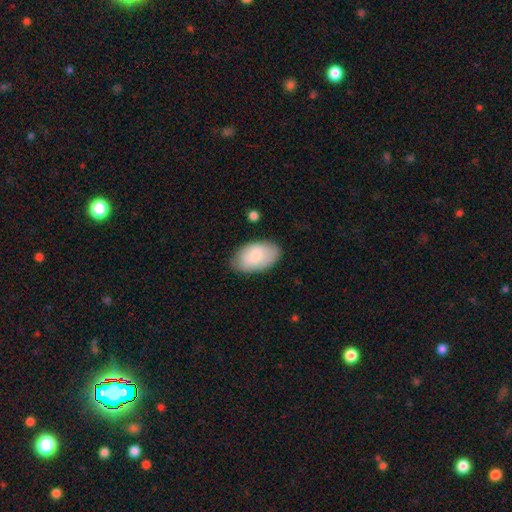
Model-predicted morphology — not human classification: Smooth or featured?
  - smooth: 79% *
  - featured or disk: 15%
  - star or artifact: 6%
How rounded?
  - in between: 94% *
  - round: 5%
  - cigar-shaped: 1%
Merging?
  - none: 77% *
  - minor disturbance: 18%
  - major disturbance: 3%
  - merger: 2%